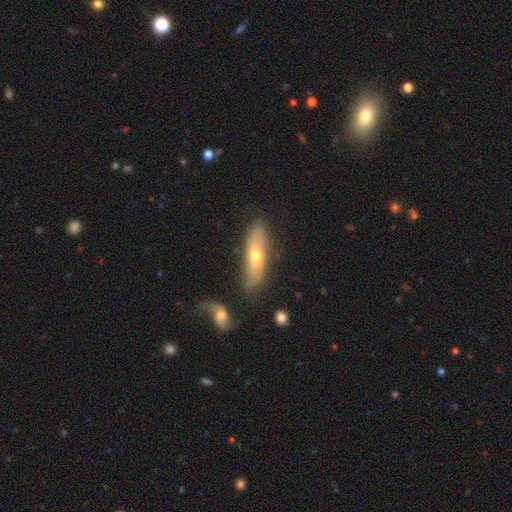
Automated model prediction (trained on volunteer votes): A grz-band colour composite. It shows a featured or disk galaxy (55%) viewed edge-on (62%). Merging: none (73%).